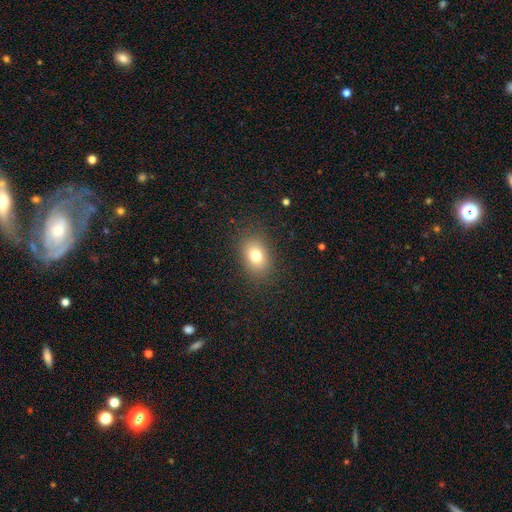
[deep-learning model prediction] smooth-or-featured: smooth: 77% | star or artifact: 12% | featured or disk: 11%
  how-rounded: in between: 72% | round: 27% | cigar-shaped: 1%
  merging: none: 85% | minor disturbance: 10% | major disturbance: 4% | merger: 1%